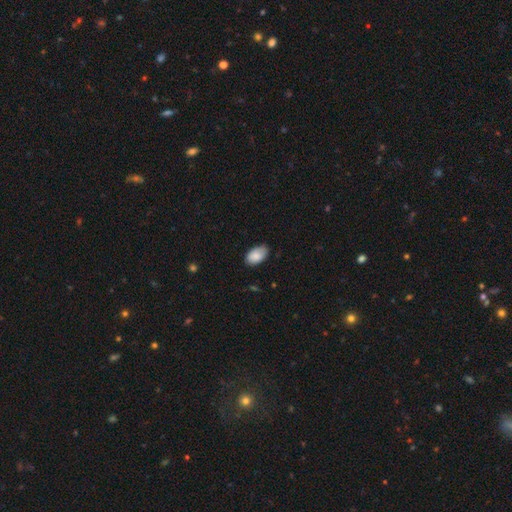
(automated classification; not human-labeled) Smooth or featured: smooth — 86% (featured or disk — 7%)
How rounded: in between — 94% (round — 5%)
Merging: none — 77% (minor disturbance — 19%)